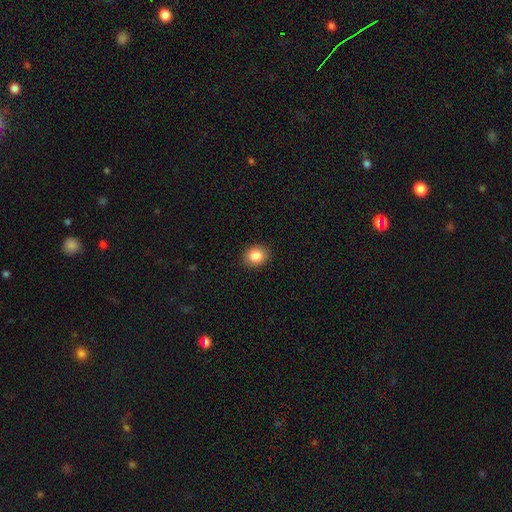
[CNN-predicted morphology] Q: Smooth or featured?
A: smooth (86%); runner-up: star or artifact (9%)
Q: How rounded?
A: round (61%); runner-up: in between (38%)
Q: Merging?
A: none (90%); runner-up: minor disturbance (7%)